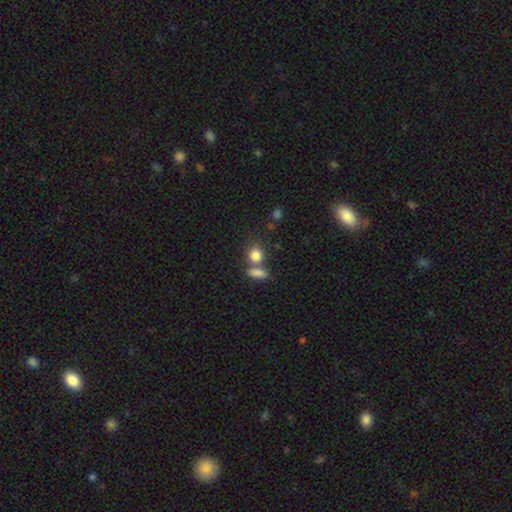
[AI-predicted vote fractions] This appears to be a smooth galaxy with no disk features (82%) that is round (64%). Merging: none (49%).